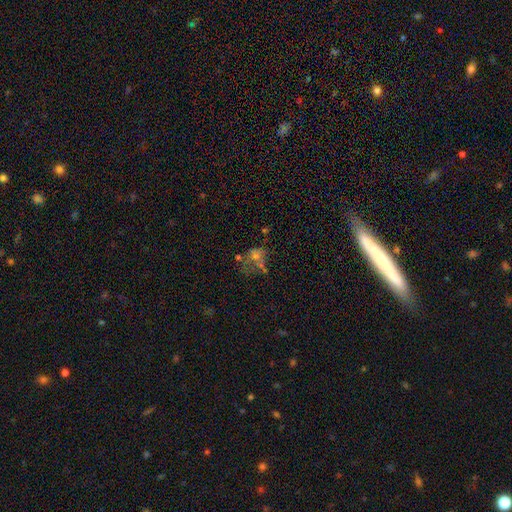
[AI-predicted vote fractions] smooth-or-featured: smooth: 44% | featured or disk: 30% | star or artifact: 26%
  merging: none: 31% | major disturbance: 29% | merger: 23% | minor disturbance: 17%